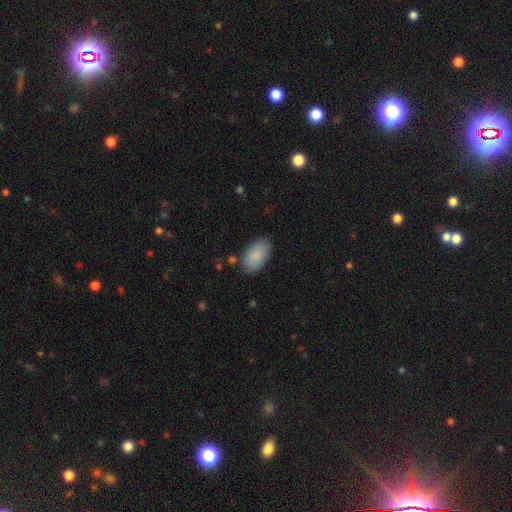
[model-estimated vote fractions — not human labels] smooth_or_featured: smooth (p=0.89) [alt: star or artifact p=0.06]
how_rounded: in between (p=0.95) [alt: round p=0.03]
merging: none (p=0.84) [alt: minor disturbance p=0.11]